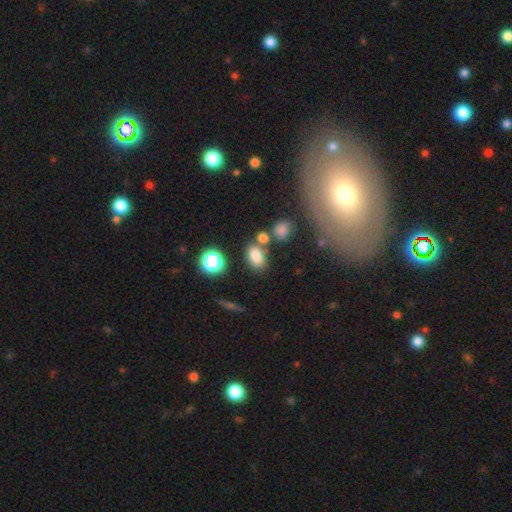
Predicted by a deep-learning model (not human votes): Overall: smooth (79%). How rounded: in between (82%). Merging: none (64%).